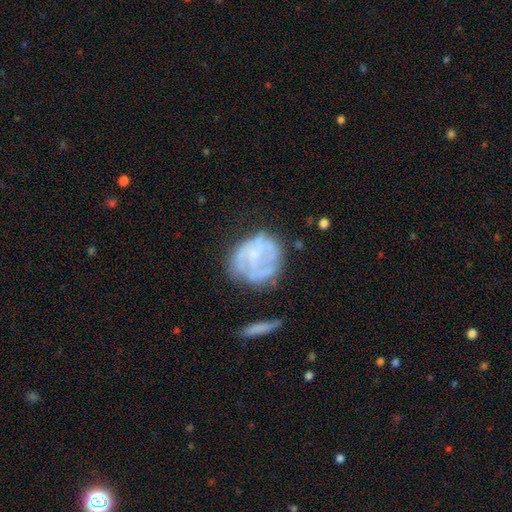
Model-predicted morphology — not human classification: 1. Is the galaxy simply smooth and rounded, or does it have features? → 60% featured or disk, 32% smooth, 8% star or artifact.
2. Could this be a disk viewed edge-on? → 98% no, 2% yes.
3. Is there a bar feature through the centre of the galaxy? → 75% no, 20% weak, 5% strong.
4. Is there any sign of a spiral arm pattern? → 54% no, 46% yes.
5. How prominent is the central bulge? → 44% none, 35% small, 17% moderate, 2% large, 1% dominant.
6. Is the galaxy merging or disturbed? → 55% none, 23% minor disturbance, 17% major disturbance, 5% merger.